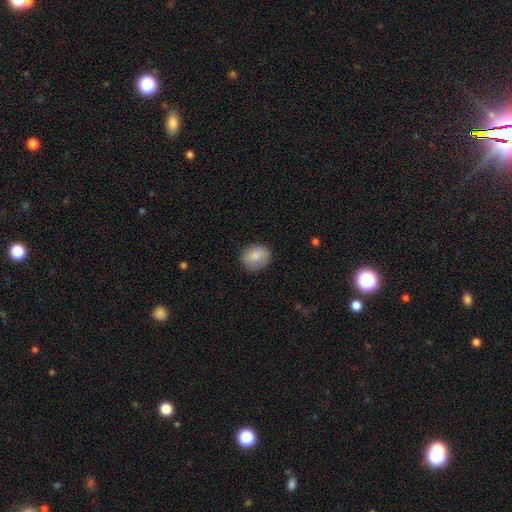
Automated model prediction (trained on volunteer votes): Smooth or featured: smooth — 83% (featured or disk — 9%)
How rounded: round — 64% (in between — 35%)
Merging: none — 80% (minor disturbance — 15%)